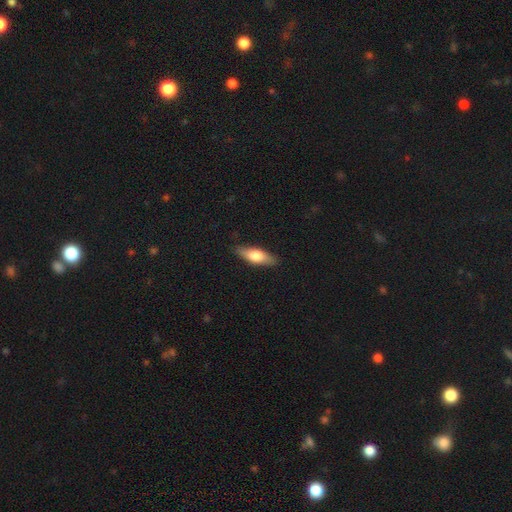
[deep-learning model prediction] The model was most divided on "how rounded": in between: 59%, cigar-shaped: 39%, round: 3%. More confident: merging — none (87%); smooth or featured — smooth (64%).